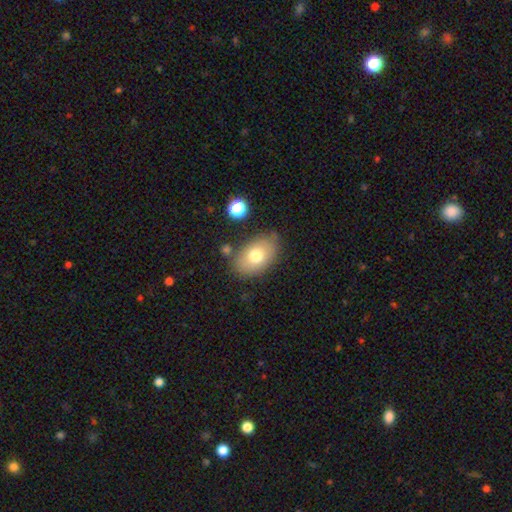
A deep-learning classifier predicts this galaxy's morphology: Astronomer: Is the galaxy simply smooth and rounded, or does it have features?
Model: smooth — 73%.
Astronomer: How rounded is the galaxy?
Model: in between — 87%.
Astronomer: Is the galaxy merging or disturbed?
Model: none — 75%.